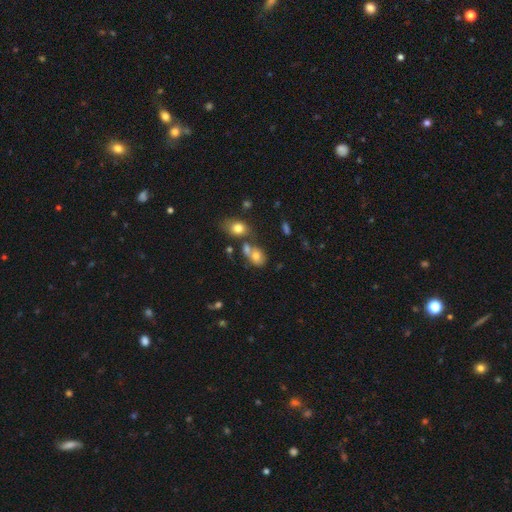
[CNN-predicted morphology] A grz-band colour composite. It shows a smooth galaxy with no disk features (70%) that is in between round and cigar-shaped (68%). Merging: merger (44%).